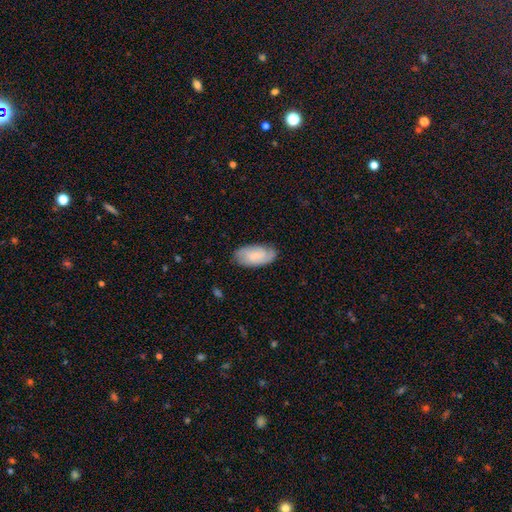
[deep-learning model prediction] The model was most divided on "smooth or featured": smooth: 47%, featured or disk: 46%, star or artifact: 7%. More confident: merging — none (76%).